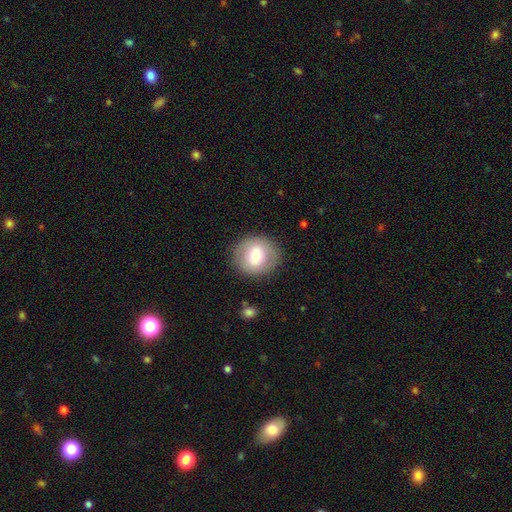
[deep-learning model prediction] Smooth or featured? Predicted: smooth (p=0.67). How rounded? Predicted: round (p=0.85). Merging? Predicted: none (p=0.86).